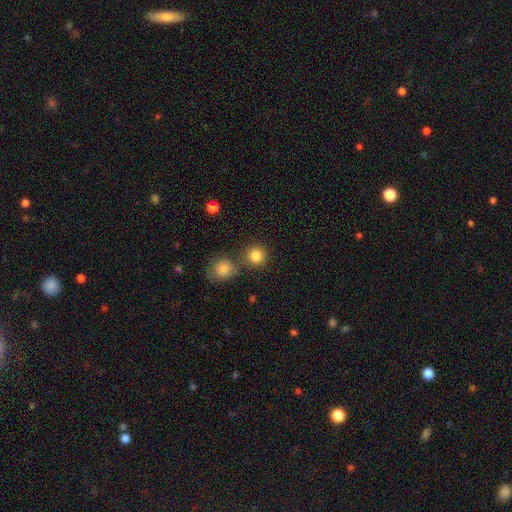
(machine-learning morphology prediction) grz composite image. It shows a smooth galaxy with no disk features (84%) that is round (91%). Merging: none (70%).